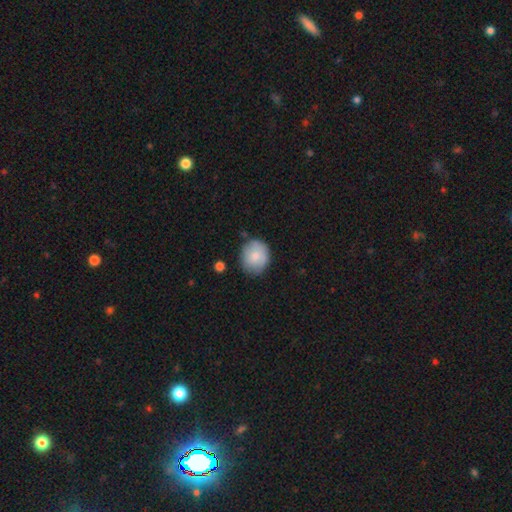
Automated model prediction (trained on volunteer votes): A smooth galaxy with no disk features (80%) that is round (74%).

Vote fractions:
- Smooth or featured? smooth: 80% / featured or disk: 13% / star or artifact: 7%
- How rounded? round: 74% / in between: 25% / cigar-shaped: 1%
- Merging? none: 76% / minor disturbance: 18% / major disturbance: 4% / merger: 3%